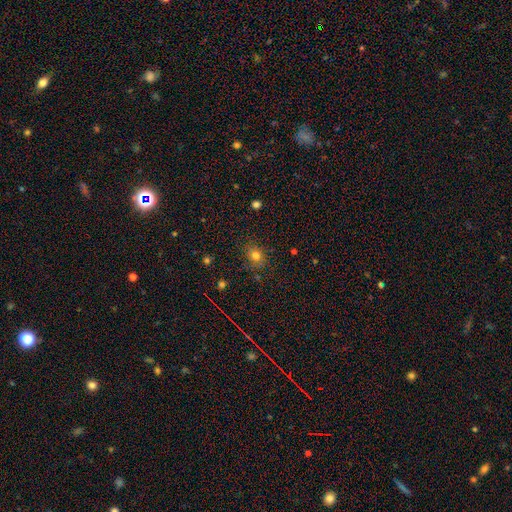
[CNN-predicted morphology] smooth_or_featured: smooth (p=0.75) [alt: star or artifact p=0.17]
how_rounded: round (p=0.66) [alt: in between p=0.33]
merging: none (p=0.81) [alt: minor disturbance p=0.13]